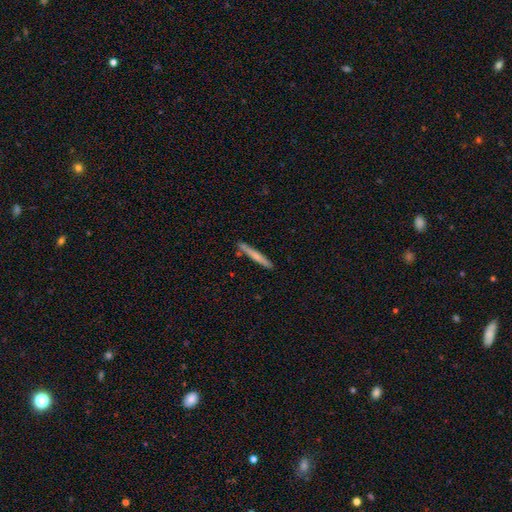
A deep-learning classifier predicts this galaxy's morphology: smooth_or_featured: smooth (p=0.56) [alt: featured or disk p=0.38]
how_rounded: cigar-shaped (p=0.96) [alt: in between p=0.03]
merging: none (p=0.85) [alt: minor disturbance p=0.10]